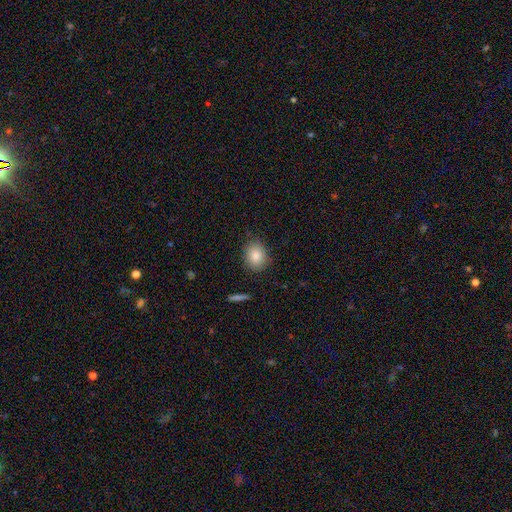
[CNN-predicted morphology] The model was most divided on "how rounded": round: 54%, in between: 45%, cigar-shaped: 1%. More confident: smooth or featured — smooth (85%); merging — none (85%).